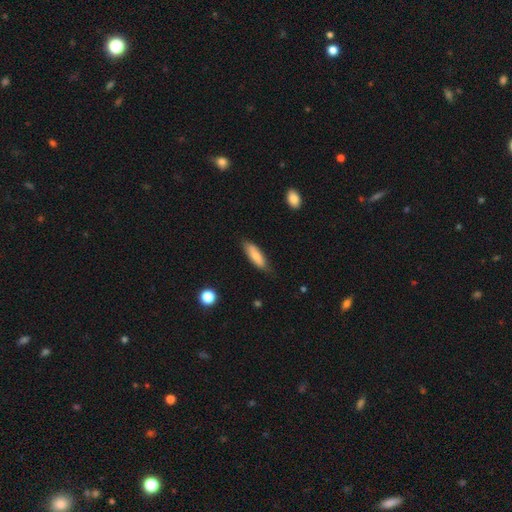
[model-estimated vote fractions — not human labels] Smooth or featured? smooth (75%)
How rounded? in between (55%)
Merging? none (76%)